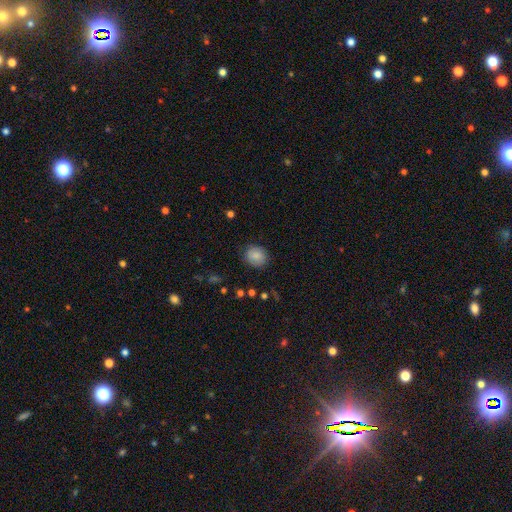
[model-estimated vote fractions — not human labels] smooth_or_featured: smooth (p=0.86) [alt: star or artifact p=0.08]
how_rounded: round (p=0.70) [alt: in between p=0.29]
merging: none (p=0.84) [alt: minor disturbance p=0.12]